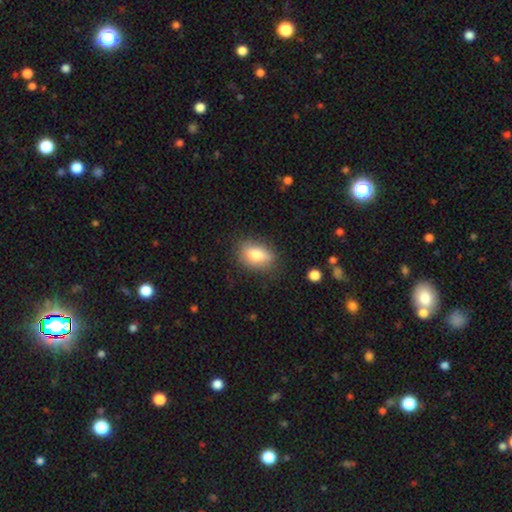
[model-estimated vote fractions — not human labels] Morphology: type=smooth (78%); roundness=in between (81%); merging=none (78%).